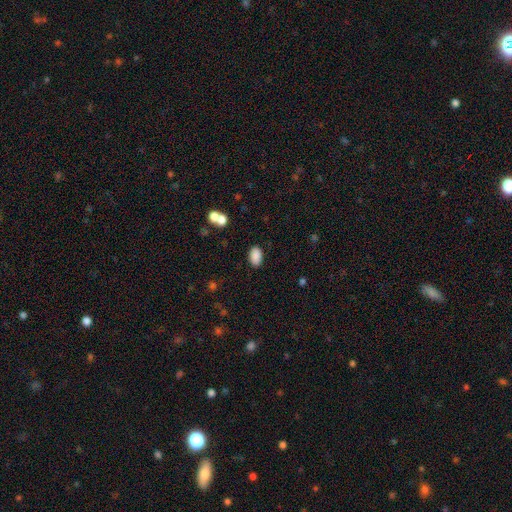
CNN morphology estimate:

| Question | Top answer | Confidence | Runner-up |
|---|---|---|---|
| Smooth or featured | smooth | 88% | star or artifact (8%) |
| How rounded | in between | 91% | round (8%) |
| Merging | none | 86% | minor disturbance (9%) |